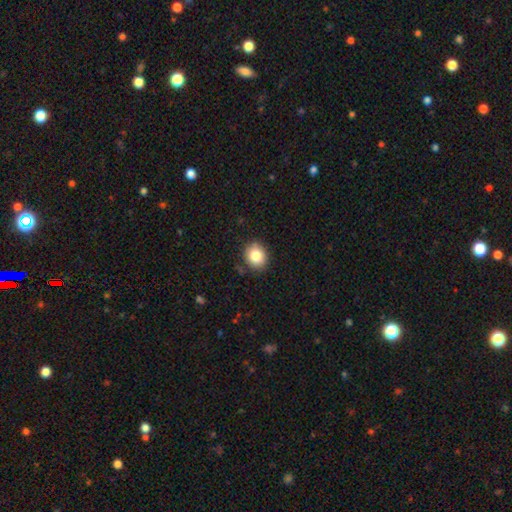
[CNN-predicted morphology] Smooth or featured: smooth — 83% (star or artifact — 10%)
How rounded: round — 75% (in between — 24%)
Merging: none — 87% (minor disturbance — 9%)